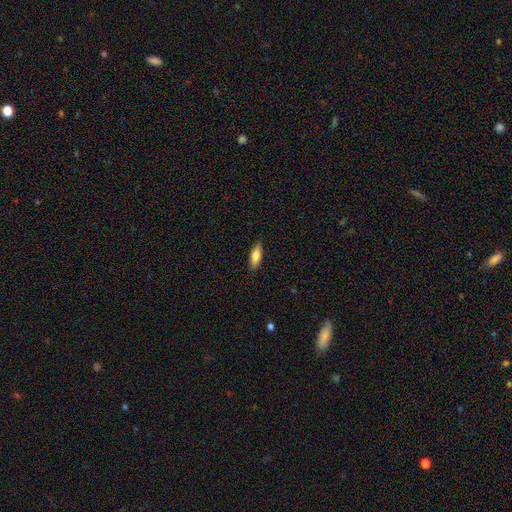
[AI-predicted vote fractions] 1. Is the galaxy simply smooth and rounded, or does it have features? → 81% smooth, 13% featured or disk, 6% star or artifact.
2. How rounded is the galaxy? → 67% in between, 31% cigar-shaped, 2% round.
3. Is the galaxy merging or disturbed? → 85% none, 12% minor disturbance, 2% major disturbance, 1% merger.